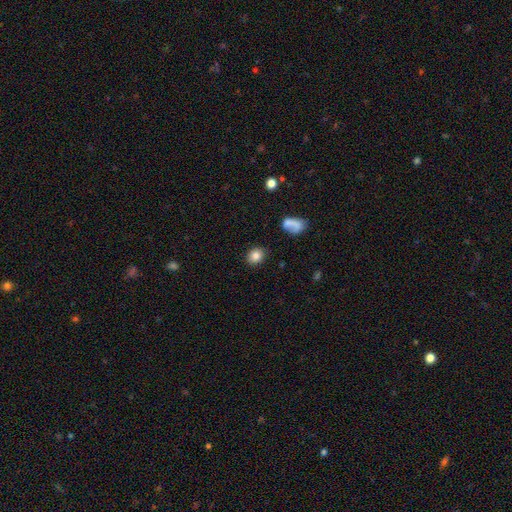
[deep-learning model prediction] A smooth galaxy with no disk features (83%) that is round (63%). Merging: none (87%).